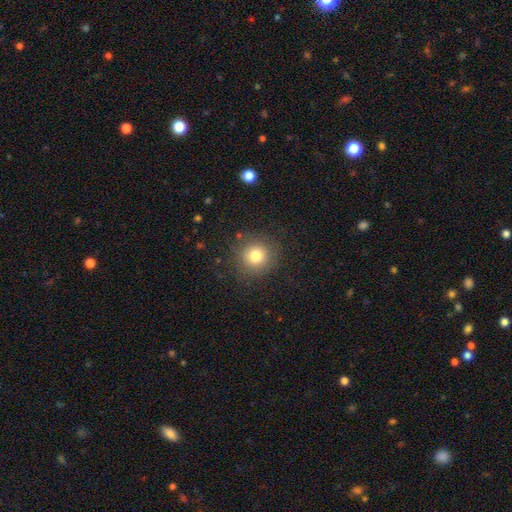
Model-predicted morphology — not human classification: Smooth or featured? smooth (79%)
How rounded? round (92%)
Merging? none (87%)